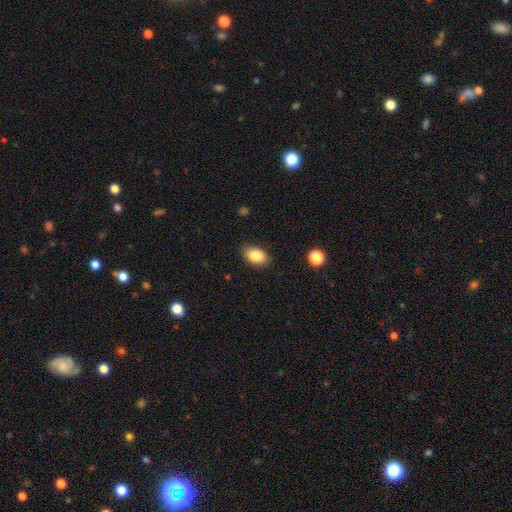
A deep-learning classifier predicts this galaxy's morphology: Overall: smooth (87%). How rounded: in between (89%). Merging: none (86%).